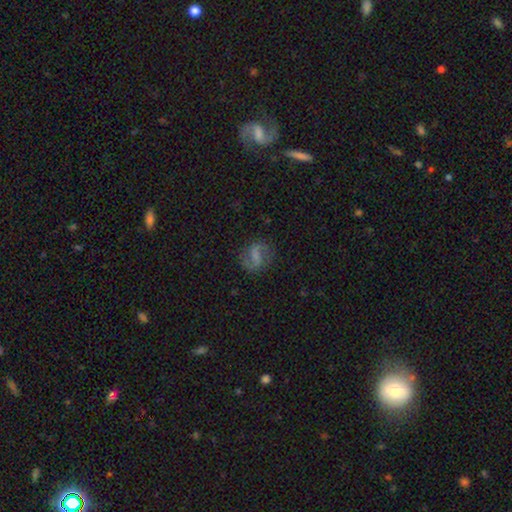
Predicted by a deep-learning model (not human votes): Smooth or featured: featured or disk — 68% (smooth — 23%)
Edge-on disk: no — 97% (yes — 3%)
Bar: strong — 41% (weak — 40%)
Spiral arms: yes — 90% (no — 10%)
Spiral winding: loose — 47% (medium — 41%)
Spiral arm count: 2 — 89% (can't tell — 4%)
Bulge size: none — 61% (small — 18%)
Merging: none — 78% (minor disturbance — 14%)